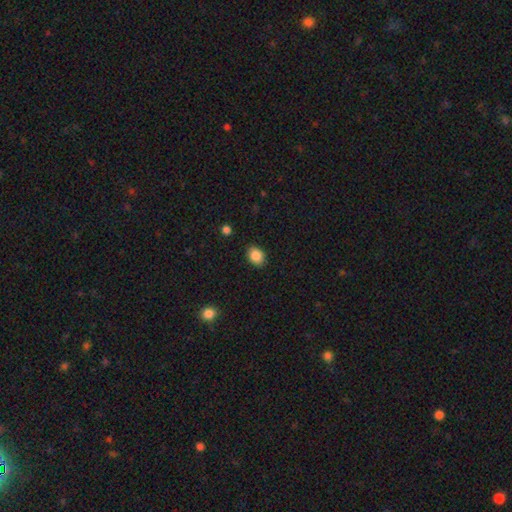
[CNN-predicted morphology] Q: Smooth or featured?
A: smooth (87%); runner-up: star or artifact (9%)
Q: How rounded?
A: in between (58%); runner-up: round (41%)
Q: Merging?
A: none (88%); runner-up: minor disturbance (8%)